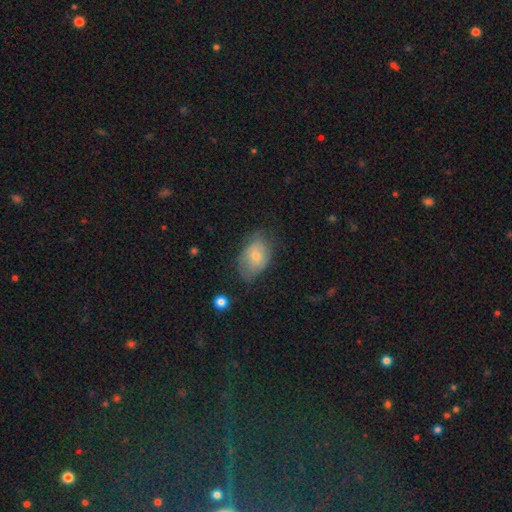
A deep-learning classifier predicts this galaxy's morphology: Q: Smooth or featured?
A: smooth (58%); runner-up: featured or disk (34%)
Q: How rounded?
A: in between (82%); runner-up: round (16%)
Q: Merging?
A: none (56%); runner-up: minor disturbance (31%)